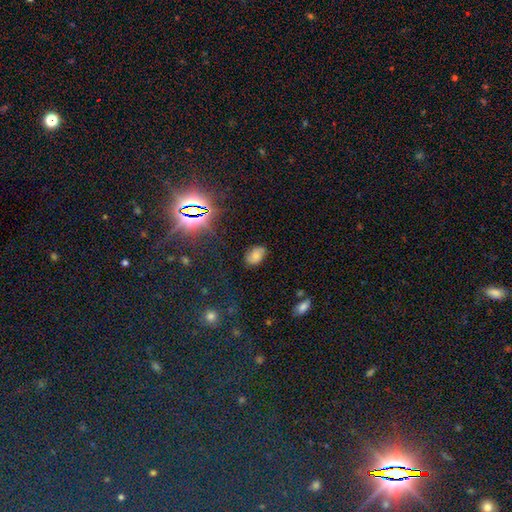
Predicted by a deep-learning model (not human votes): Morphology: type=smooth (68%); roundness=in between (83%); merging=none (75%).